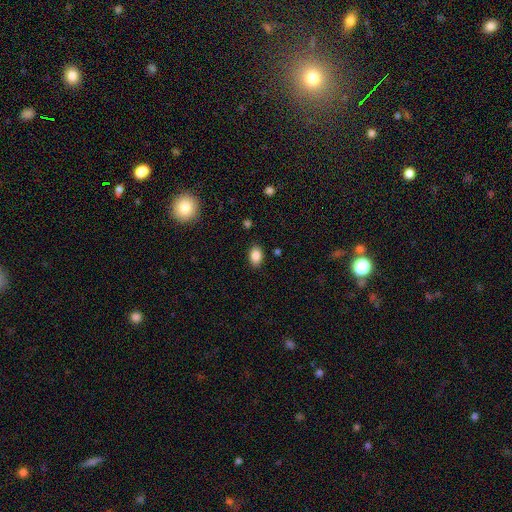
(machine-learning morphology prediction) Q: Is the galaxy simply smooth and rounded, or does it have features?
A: smooth — 87%.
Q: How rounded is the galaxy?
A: in between — 84%.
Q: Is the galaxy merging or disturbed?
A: none — 86%.